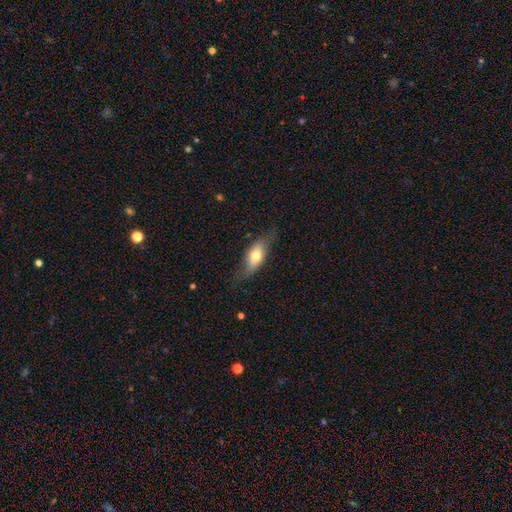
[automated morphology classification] Overall: smooth (59%; featured or disk 35%). How rounded: in between (72%). Merging: none (67%).